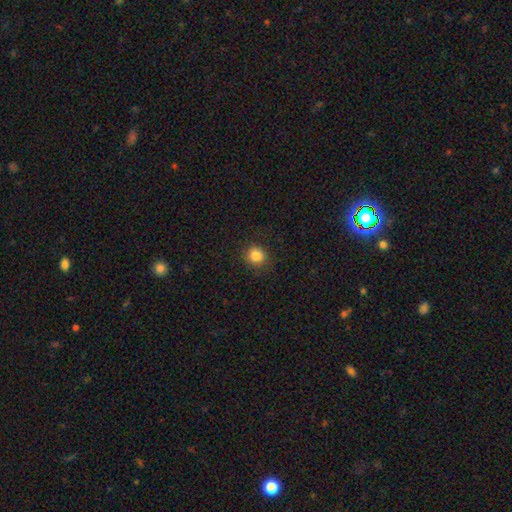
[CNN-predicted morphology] The model was most divided on "smooth or featured": smooth: 84%, star or artifact: 11%, featured or disk: 5%. More confident: merging — none (89%); how rounded — round (86%).